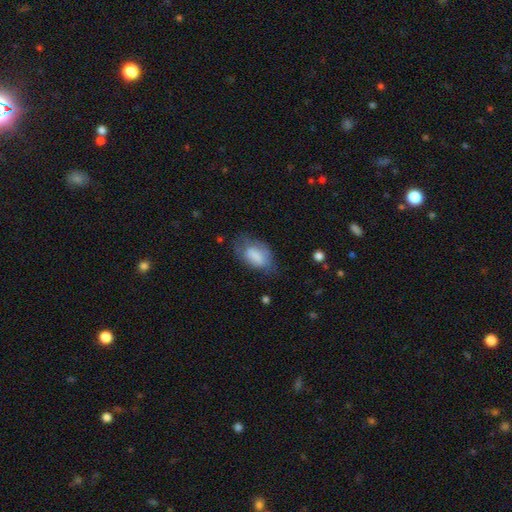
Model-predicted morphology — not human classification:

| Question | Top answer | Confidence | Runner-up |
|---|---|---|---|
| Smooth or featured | smooth | 73% | featured or disk (20%) |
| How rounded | in between | 91% | round (7%) |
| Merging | none | 47% | minor disturbance (33%) |